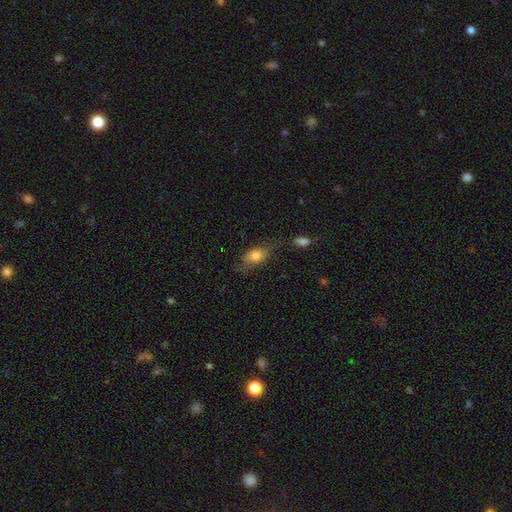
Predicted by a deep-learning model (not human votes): A smooth galaxy with no disk features (74%) that is in between round and cigar-shaped (81%). Merging: none (60%).